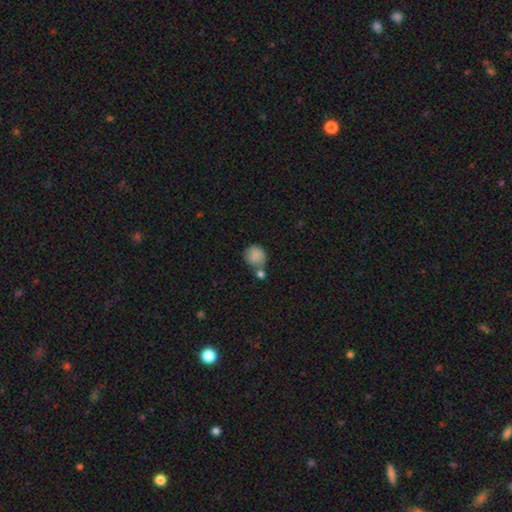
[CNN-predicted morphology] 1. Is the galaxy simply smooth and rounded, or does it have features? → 83% smooth, 9% star or artifact, 8% featured or disk.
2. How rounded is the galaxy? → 80% round, 19% in between, 1% cigar-shaped.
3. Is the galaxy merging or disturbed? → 43% none, 31% merger, 18% minor disturbance, 8% major disturbance.